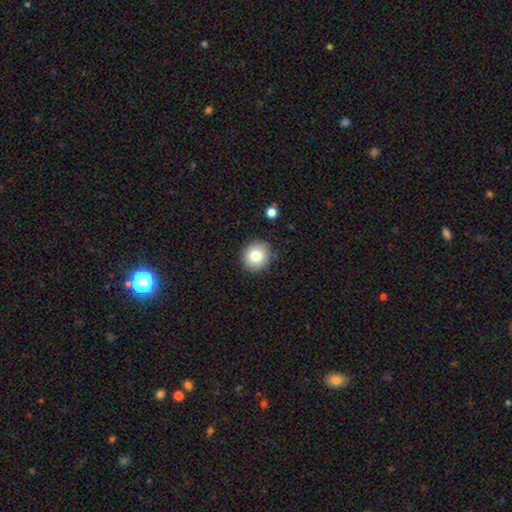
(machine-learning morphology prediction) Q: Smooth or featured?
A: smooth (79%); runner-up: star or artifact (10%)
Q: How rounded?
A: round (88%); runner-up: in between (11%)
Q: Merging?
A: none (88%); runner-up: minor disturbance (8%)